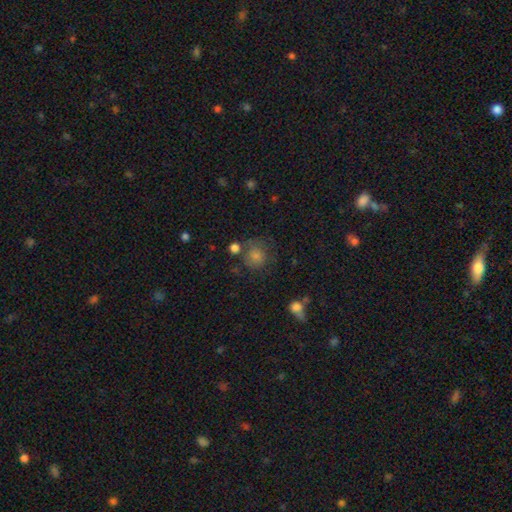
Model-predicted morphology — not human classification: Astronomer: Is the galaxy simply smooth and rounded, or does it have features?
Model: smooth — 62%.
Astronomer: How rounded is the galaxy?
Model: round — 85%.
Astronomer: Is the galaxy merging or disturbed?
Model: none — 65%.